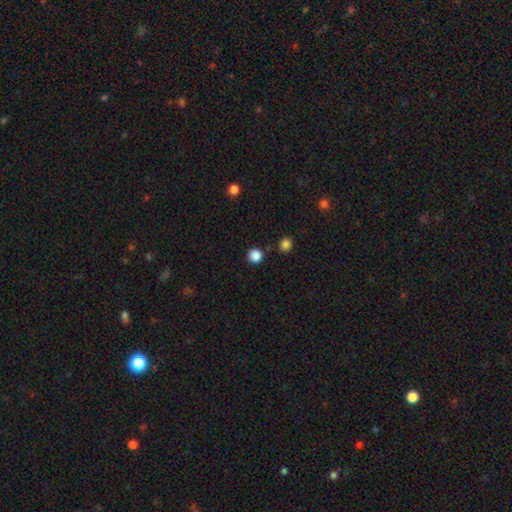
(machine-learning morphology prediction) Smooth or featured?
  - smooth: 86% *
  - star or artifact: 11%
  - featured or disk: 3%
How rounded?
  - round: 93% *
  - in between: 6%
  - cigar-shaped: 1%
Merging?
  - none: 88% *
  - minor disturbance: 6%
  - merger: 4%
  - major disturbance: 2%